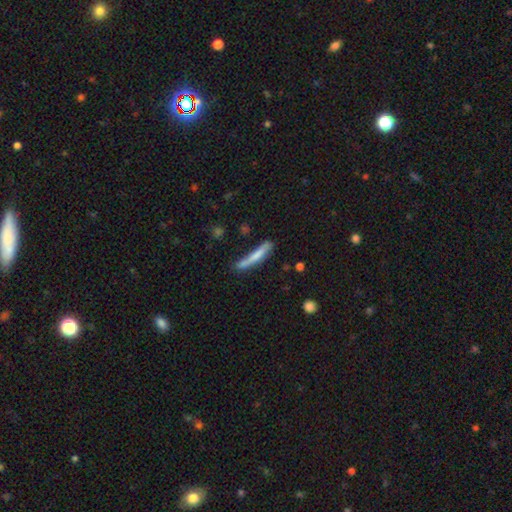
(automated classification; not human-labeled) Smooth or featured?
  - smooth: 68% *
  - featured or disk: 26%
  - star or artifact: 6%
How rounded?
  - cigar-shaped: 92% *
  - in between: 7%
  - round: 1%
Merging?
  - none: 63% *
  - minor disturbance: 24%
  - major disturbance: 7%
  - merger: 7%